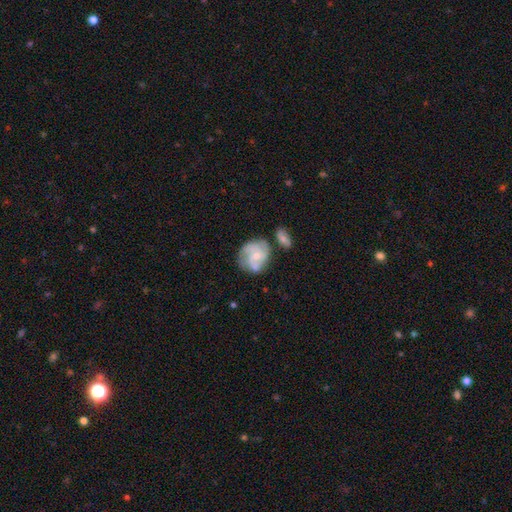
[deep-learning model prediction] Morphology: type=featured or disk (60%); edge-on=no (98%); bar=no (72%); spiral arms=yes (76%); bulge=small (54%); merging=none (45%).